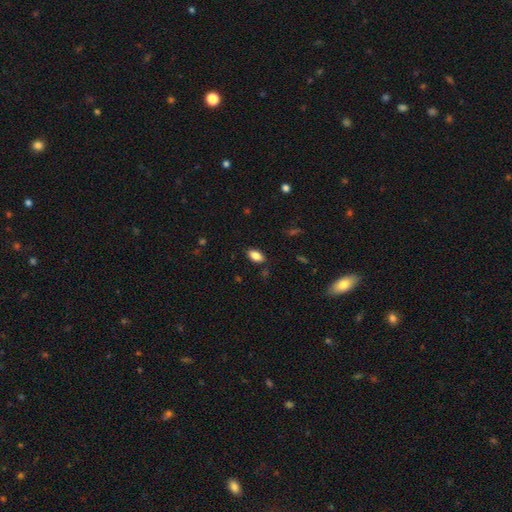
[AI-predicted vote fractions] Smooth or featured? smooth (86%)
How rounded? in between (92%)
Merging? none (86%)